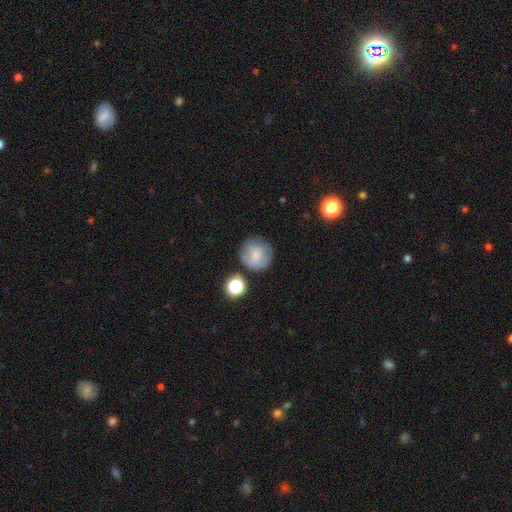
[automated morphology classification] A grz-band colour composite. It shows a smooth galaxy with no disk features (76%) that is round (92%). Merging: none (72%).